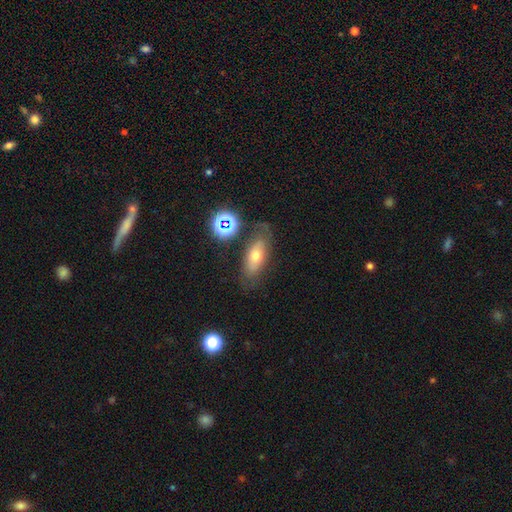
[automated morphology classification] Overall: smooth (55%; featured or disk 30%). How rounded: in between (74%). Merging: none (67%).